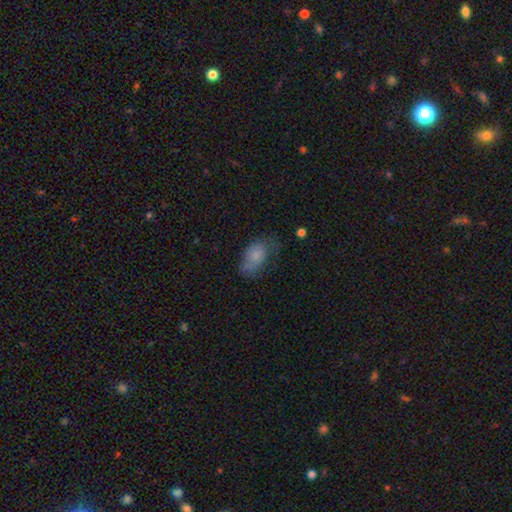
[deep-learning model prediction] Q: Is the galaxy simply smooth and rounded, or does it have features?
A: smooth — 77%.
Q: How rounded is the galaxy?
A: in between — 90%.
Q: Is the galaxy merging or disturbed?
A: none — 47%.